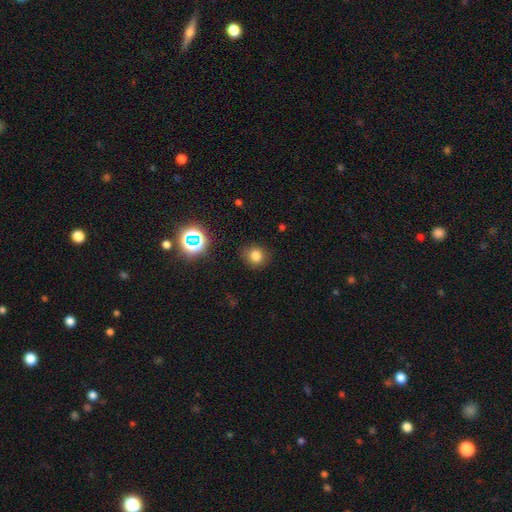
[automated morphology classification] smooth_or_featured: smooth (p=0.76) [alt: star or artifact p=0.17]
how_rounded: round (p=0.75) [alt: in between p=0.24]
merging: none (p=0.83) [alt: minor disturbance p=0.12]